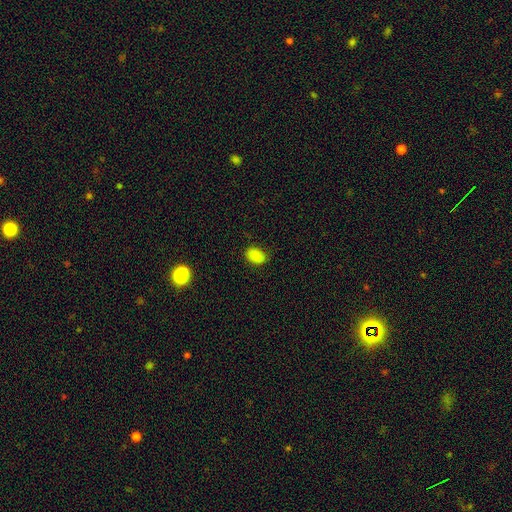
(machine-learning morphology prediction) type=smooth (87%); roundness=in between (85%); merging=none (82%).